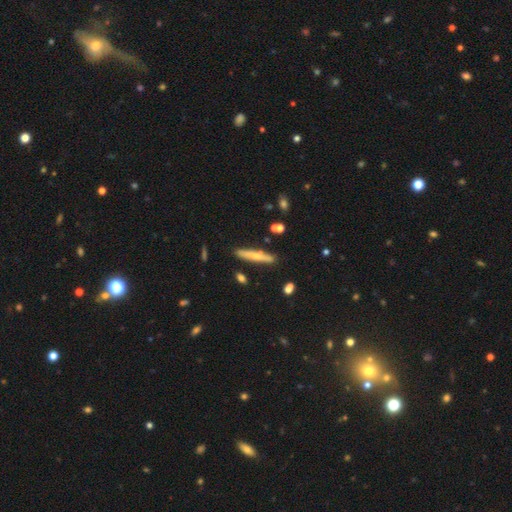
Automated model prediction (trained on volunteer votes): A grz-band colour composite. It shows a smooth galaxy with no disk features (51%) that is cigar-shaped (92%). Merging: none (85%).